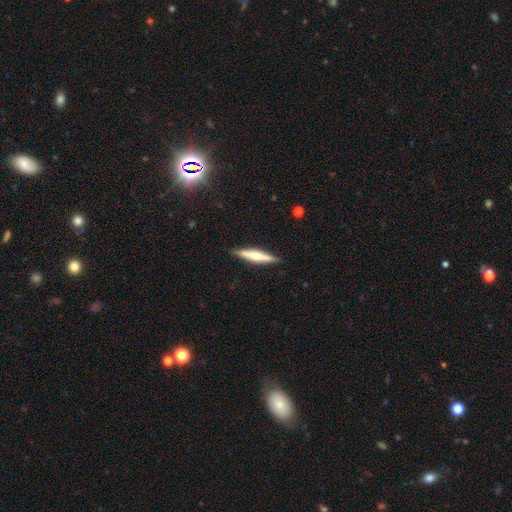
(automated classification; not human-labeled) Morphology: type=featured or disk (59%); edge-on=yes (96%); edge-on bulge=rounded (78%); merging=none (88%).